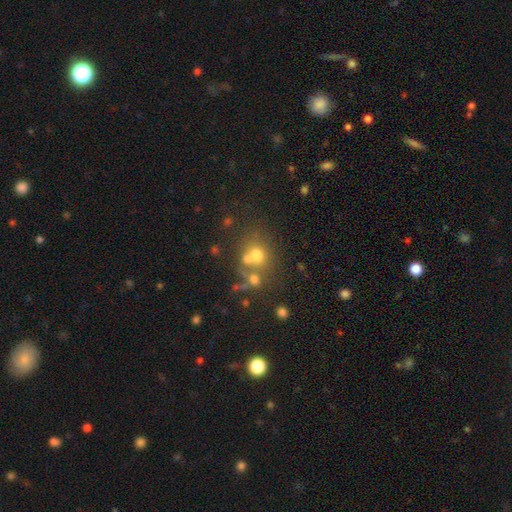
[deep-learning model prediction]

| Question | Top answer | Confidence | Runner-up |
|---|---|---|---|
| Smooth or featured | smooth | 63% | star or artifact (19%) |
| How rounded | round | 77% | in between (22%) |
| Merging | none | 46% | merger (38%) |